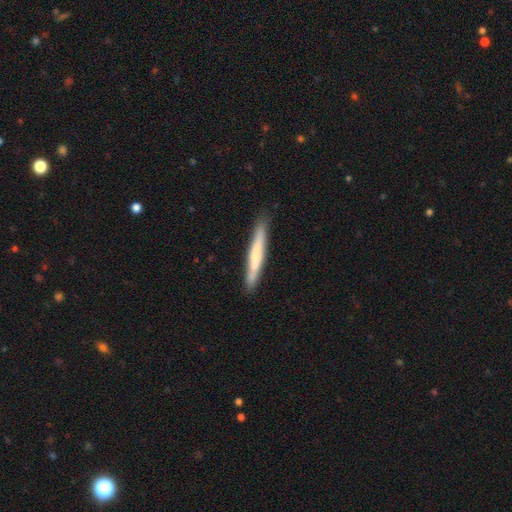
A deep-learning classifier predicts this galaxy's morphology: Smooth or featured: smooth — 50% (featured or disk — 43%)
Merging: none — 88% (minor disturbance — 9%)